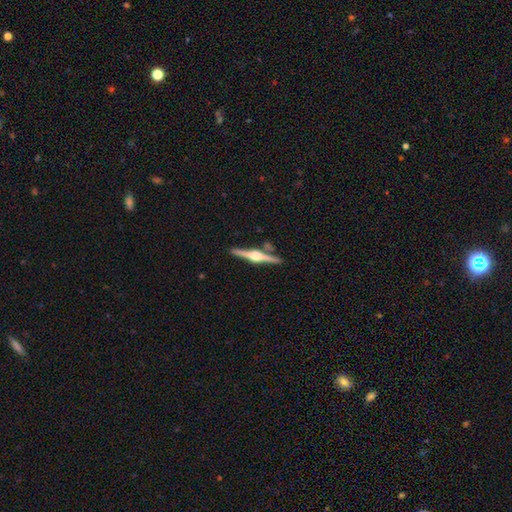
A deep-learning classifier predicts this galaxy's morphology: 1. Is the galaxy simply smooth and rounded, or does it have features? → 85% featured or disk, 10% smooth, 5% star or artifact.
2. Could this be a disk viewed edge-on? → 98% yes, 2% no.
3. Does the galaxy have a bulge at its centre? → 94% rounded, 5% boxy, 2% none.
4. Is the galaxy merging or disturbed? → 86% none, 8% minor disturbance, 4% merger, 2% major disturbance.